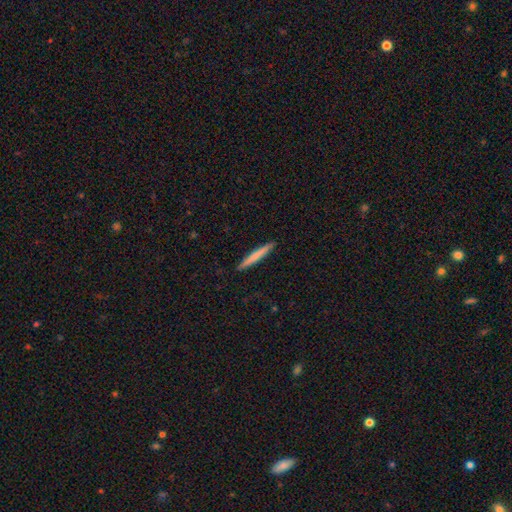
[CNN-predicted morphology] smooth_or_featured: smooth (p=0.68) [alt: featured or disk p=0.27]
how_rounded: cigar-shaped (p=0.96) [alt: in between p=0.03]
merging: none (p=0.92) [alt: minor disturbance p=0.06]